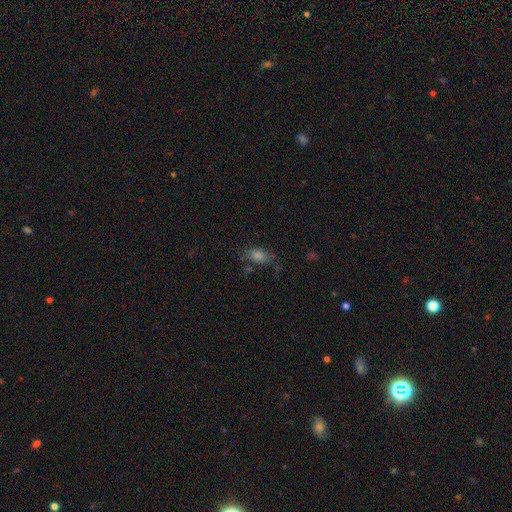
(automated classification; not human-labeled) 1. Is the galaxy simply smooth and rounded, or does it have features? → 67% smooth, 22% star or artifact, 11% featured or disk.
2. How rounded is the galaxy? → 79% in between, 15% round, 6% cigar-shaped.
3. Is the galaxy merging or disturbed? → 67% none, 19% minor disturbance, 9% major disturbance, 5% merger.